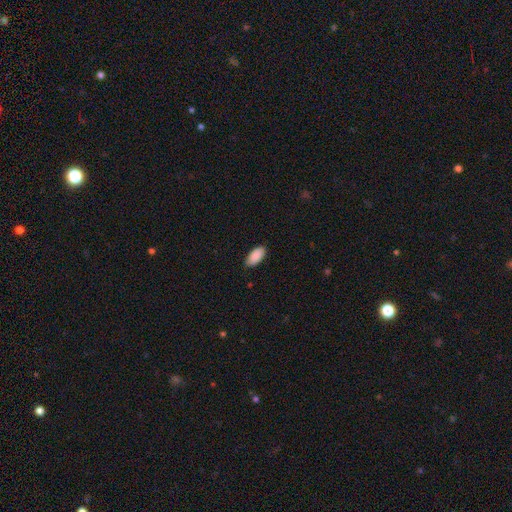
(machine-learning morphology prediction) type=smooth (90%); roundness=in between (93%); merging=none (86%).